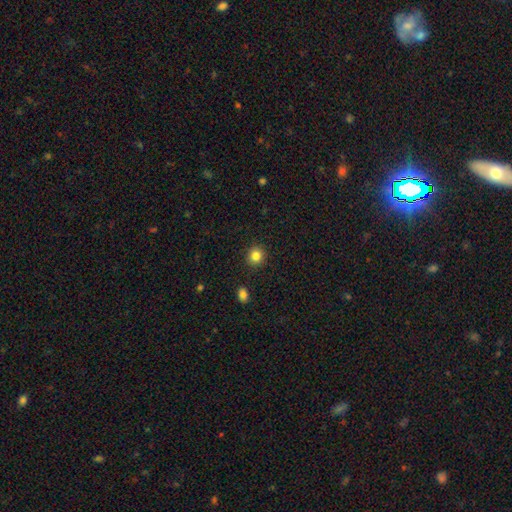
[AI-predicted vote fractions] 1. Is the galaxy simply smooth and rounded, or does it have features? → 84% smooth, 11% star or artifact, 5% featured or disk.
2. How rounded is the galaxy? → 88% round, 11% in between, 1% cigar-shaped.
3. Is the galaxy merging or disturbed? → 91% none, 6% minor disturbance, 2% major disturbance, 1% merger.